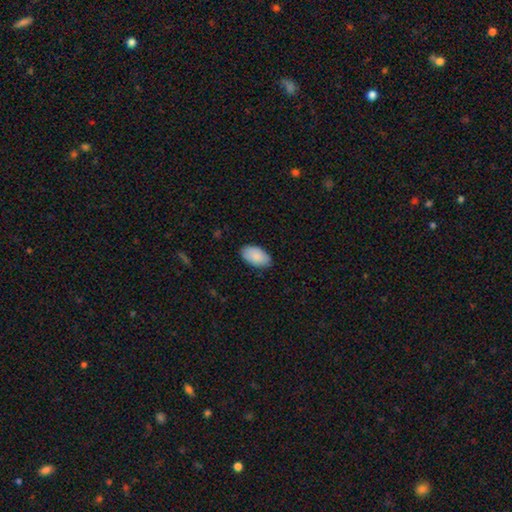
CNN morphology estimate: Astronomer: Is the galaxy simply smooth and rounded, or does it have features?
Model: smooth — 88%.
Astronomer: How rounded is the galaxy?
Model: in between — 95%.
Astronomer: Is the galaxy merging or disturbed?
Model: none — 86%.